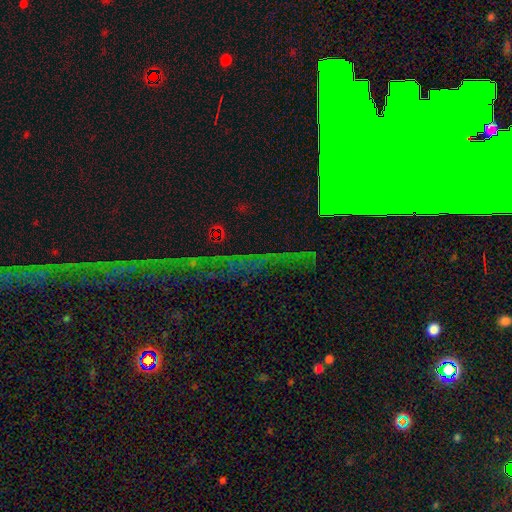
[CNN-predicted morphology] Smooth or featured? Predicted: star or artifact (p=0.65).